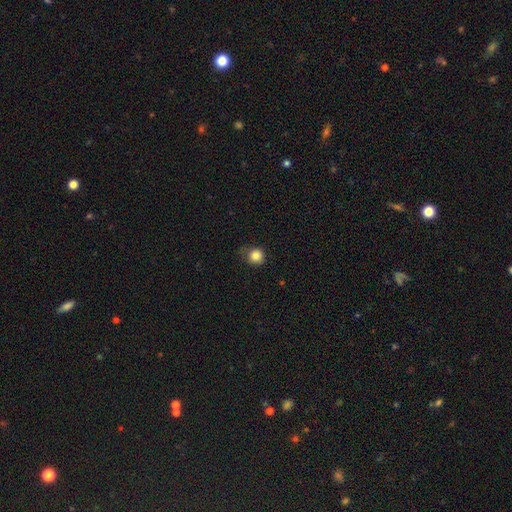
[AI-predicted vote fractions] Morphology: type=smooth (84%); roundness=round (89%); merging=none (68%).